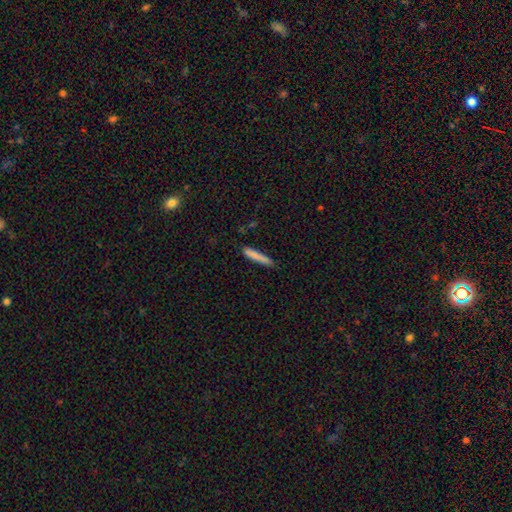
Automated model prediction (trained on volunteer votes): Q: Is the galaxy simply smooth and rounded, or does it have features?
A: smooth — 80%.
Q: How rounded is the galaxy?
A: cigar-shaped — 93%.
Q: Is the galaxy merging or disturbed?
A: none — 81%.